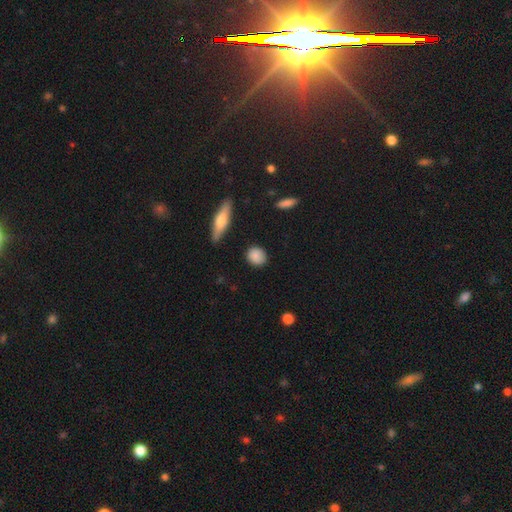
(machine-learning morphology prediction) smooth_or_featured: smooth (p=0.87) [alt: star or artifact p=0.07]
how_rounded: round (p=0.71) [alt: in between p=0.26]
merging: none (p=0.86) [alt: minor disturbance p=0.10]